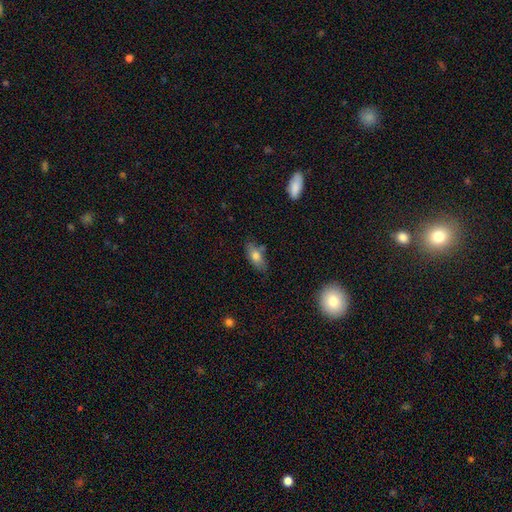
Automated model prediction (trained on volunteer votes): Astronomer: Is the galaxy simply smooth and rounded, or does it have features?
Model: smooth — 73%.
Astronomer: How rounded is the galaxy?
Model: in between — 79%.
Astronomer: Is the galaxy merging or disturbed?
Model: none — 71%.